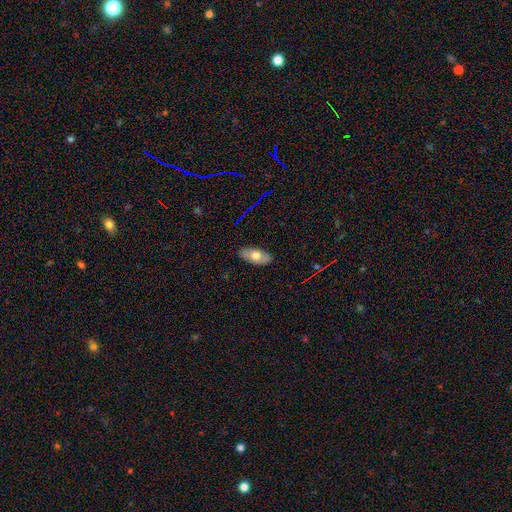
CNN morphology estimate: Overall: smooth (65%; featured or disk 28%). How rounded: in between (90%). Merging: none (85%).